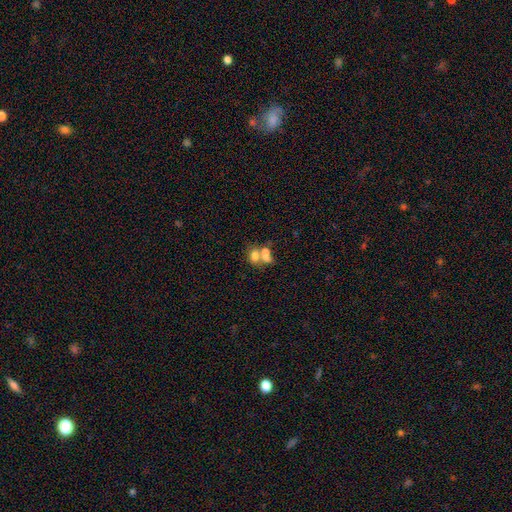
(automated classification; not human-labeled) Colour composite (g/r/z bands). It shows a smooth galaxy with no disk features (67%) that is in between round and cigar-shaped (73%). Merging: merger (64%).